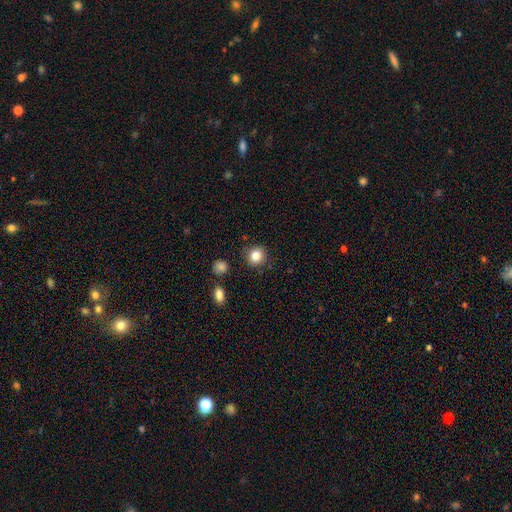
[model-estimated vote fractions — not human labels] Overall: smooth (84%). How rounded: round (84%). Merging: none (86%).